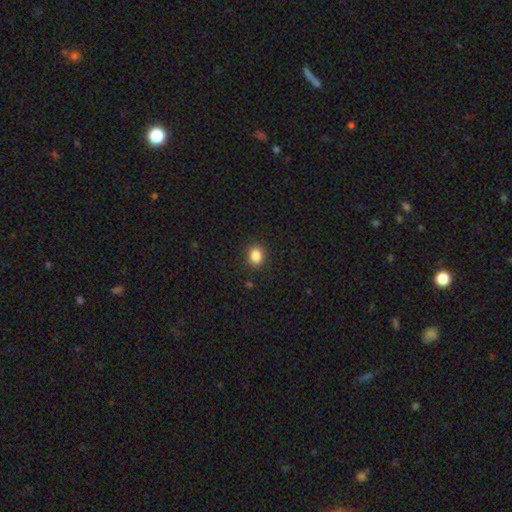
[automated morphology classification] A smooth galaxy with no disk features (85%) that is round (62%). Merging: none (89%).